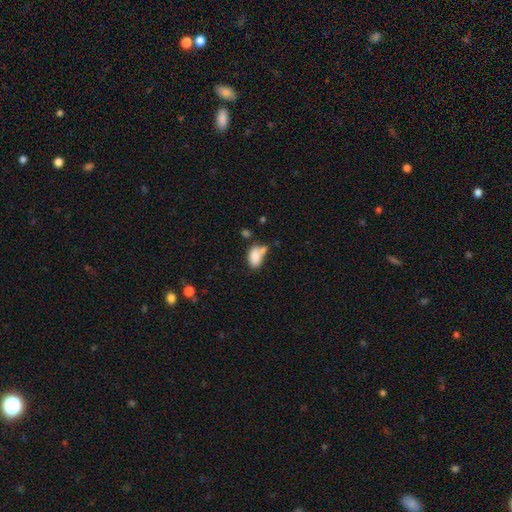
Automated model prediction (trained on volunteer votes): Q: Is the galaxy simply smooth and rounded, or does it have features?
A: smooth — 83%.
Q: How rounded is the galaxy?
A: in between — 90%.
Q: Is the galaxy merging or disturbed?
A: none — 38%.